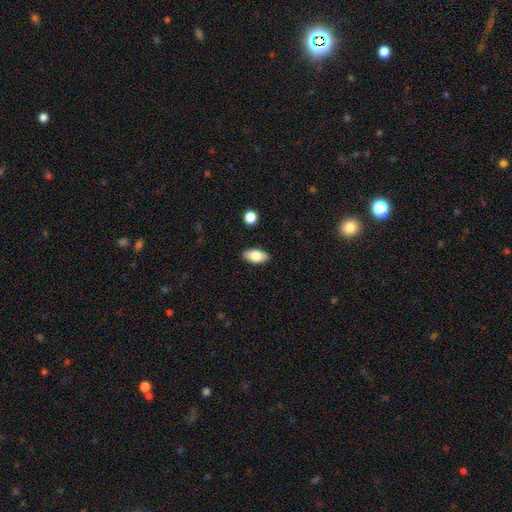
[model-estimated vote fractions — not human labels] Smooth or featured: smooth — 84% (featured or disk — 10%)
How rounded: in between — 92% (cigar-shaped — 4%)
Merging: none — 88% (minor disturbance — 8%)